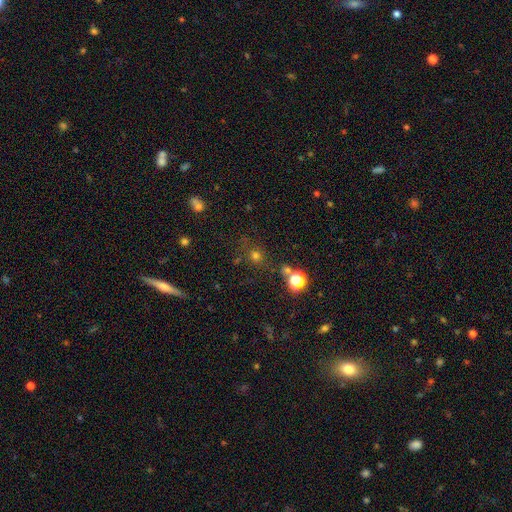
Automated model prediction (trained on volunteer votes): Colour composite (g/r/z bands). It shows a smooth galaxy with no disk features (63%) that is round (87%). Merging: none (75%).